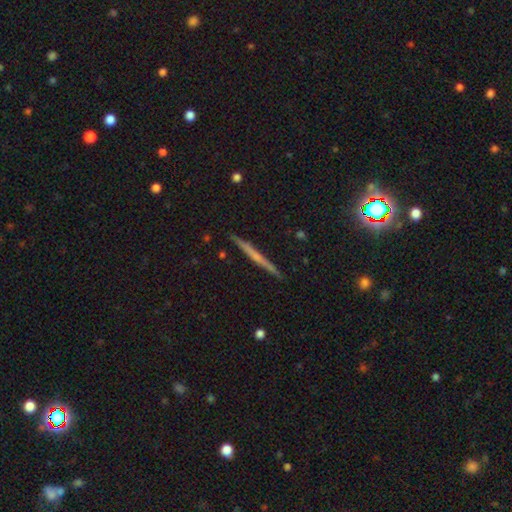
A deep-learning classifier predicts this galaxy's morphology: type=featured or disk (59%); edge-on=yes (98%); edge-on bulge=none (71%); merging=none (92%).